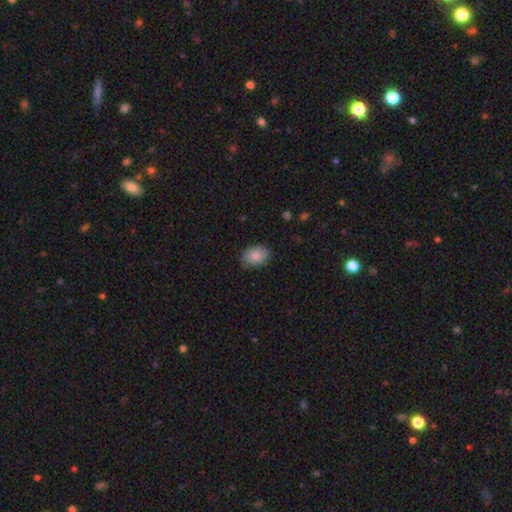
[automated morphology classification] smooth-or-featured: smooth: 87% | star or artifact: 7% | featured or disk: 6%
  how-rounded: in between: 81% | round: 18% | cigar-shaped: 1%
  merging: none: 80% | minor disturbance: 16% | major disturbance: 3% | merger: 1%